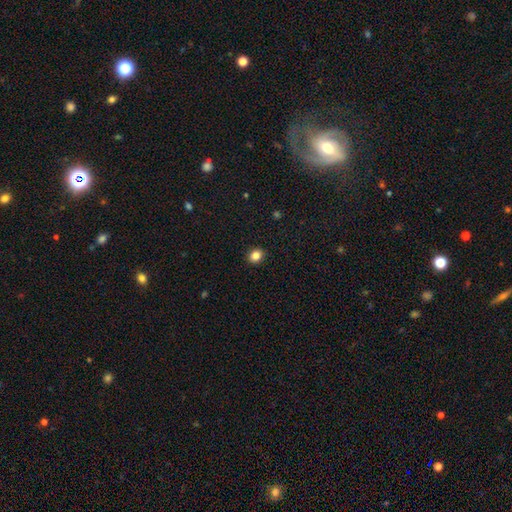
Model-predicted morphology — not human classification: This appears to be a smooth galaxy with no disk features (85%) that is round (67%). Merging: none (92%).